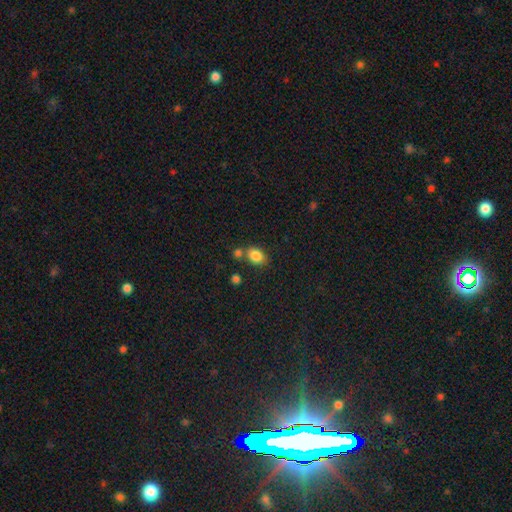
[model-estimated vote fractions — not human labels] A smooth galaxy with no disk features (84%) that is in between round and cigar-shaped (69%).

Vote fractions:
- Smooth or featured? smooth: 84% / star or artifact: 9% / featured or disk: 6%
- How rounded? in between: 69% / round: 30% / cigar-shaped: 1%
- Merging? none: 63% / merger: 20% / minor disturbance: 13% / major disturbance: 4%